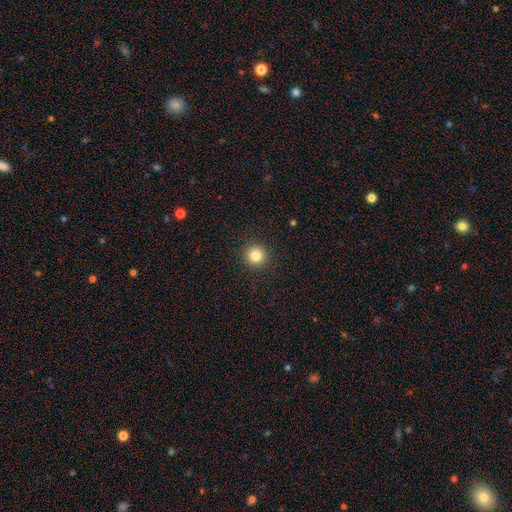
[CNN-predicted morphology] Smooth or featured? Predicted: smooth (p=0.83). How rounded? Predicted: round (p=0.95). Merging? Predicted: none (p=0.93).